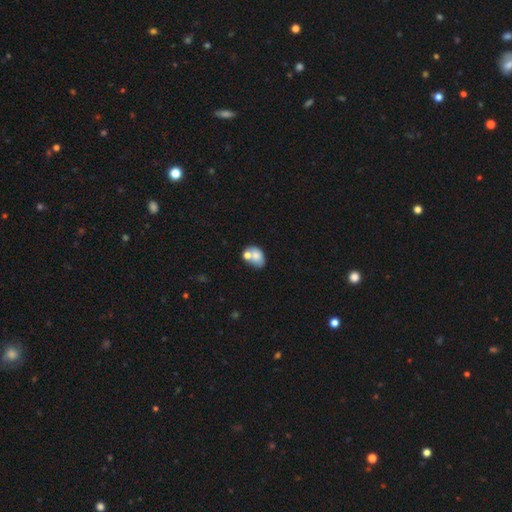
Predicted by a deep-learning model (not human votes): Morphology: type=smooth (71%); roundness=in between (77%); merging=none (42%).